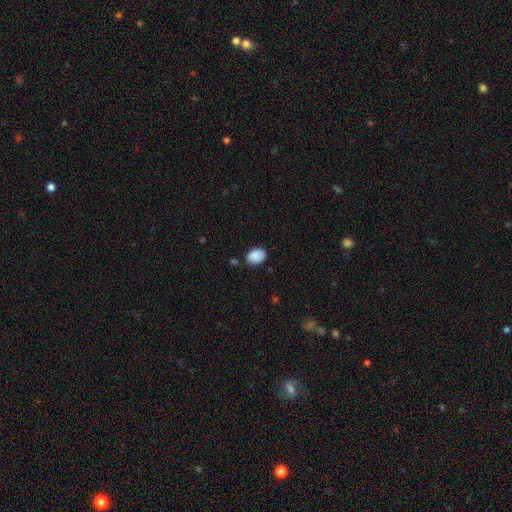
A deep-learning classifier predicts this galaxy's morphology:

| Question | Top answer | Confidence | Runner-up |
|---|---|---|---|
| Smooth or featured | smooth | 89% | star or artifact (7%) |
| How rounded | in between | 76% | round (23%) |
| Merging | none | 78% | minor disturbance (16%) |